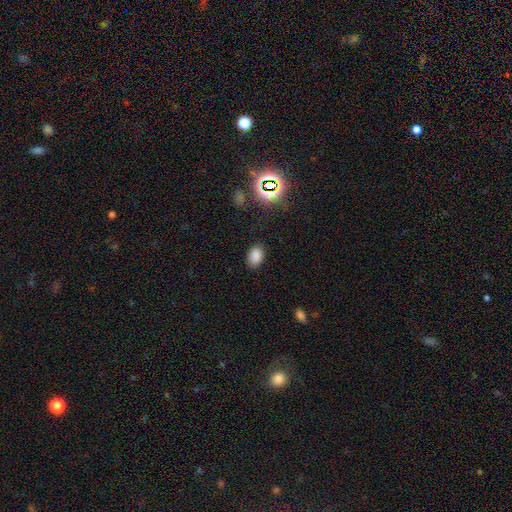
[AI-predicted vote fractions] Smooth or featured? Predicted: smooth (p=0.82). How rounded? Predicted: in between (p=0.82). Merging? Predicted: none (p=0.84).